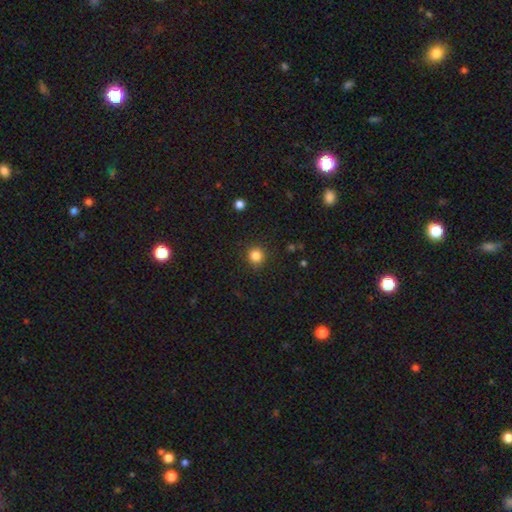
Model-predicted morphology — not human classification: Overall: smooth (84%). How rounded: round (91%). Merging: none (90%).